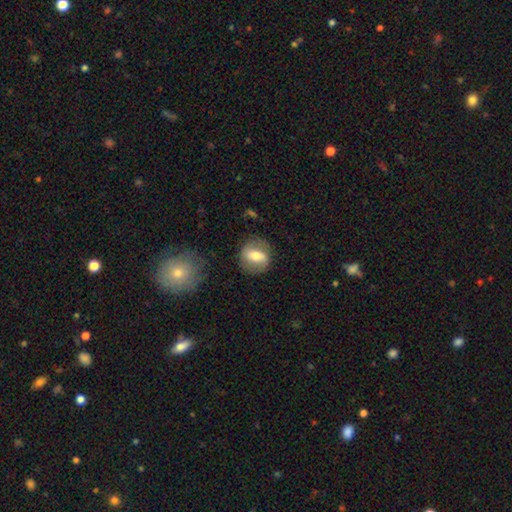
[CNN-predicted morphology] Smooth or featured? smooth (51%)
How rounded? round (60%)
Merging? none (80%)